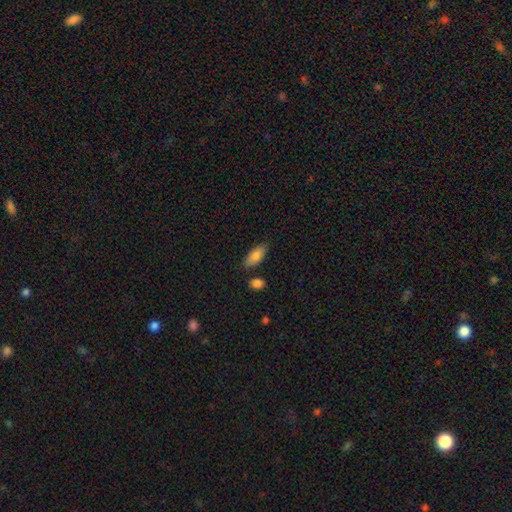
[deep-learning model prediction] smooth 83%, featured or disk 11%, star or artifact 6%. Down the decision tree: how rounded — in between (83%); merging — none (79%).